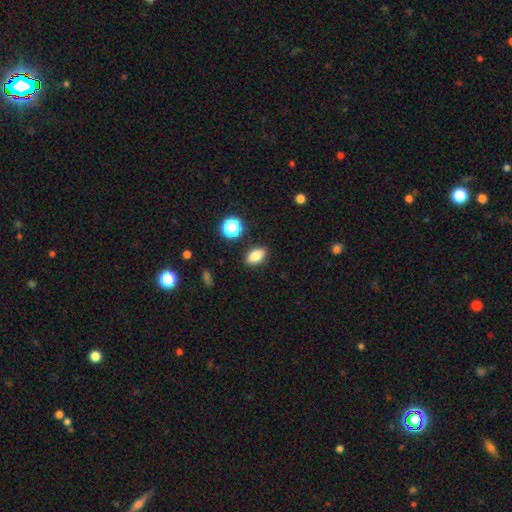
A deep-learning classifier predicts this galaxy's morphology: smooth 79%, star or artifact 11%, featured or disk 10%. Down the decision tree: how rounded — in between (80%); merging — none (87%).